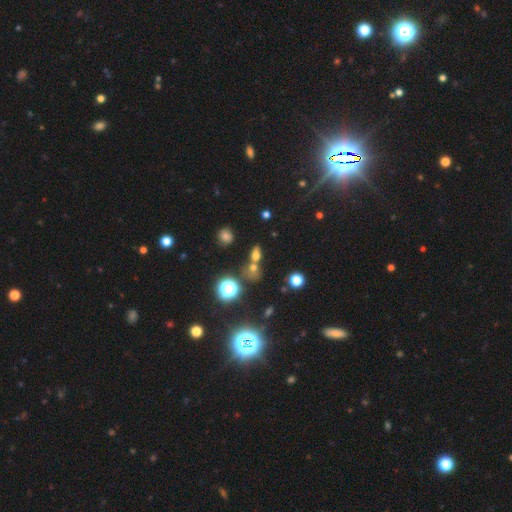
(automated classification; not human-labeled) smooth-or-featured: smooth: 58% | star or artifact: 27% | featured or disk: 15%
  how-rounded: in between: 57% | round: 33% | cigar-shaped: 9%
  merging: none: 47% | merger: 37% | minor disturbance: 10% | major disturbance: 6%